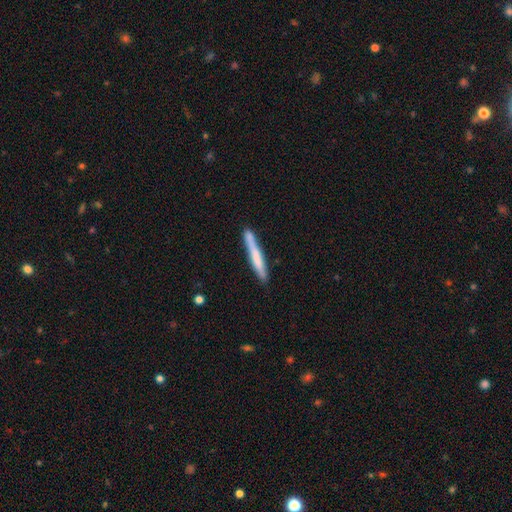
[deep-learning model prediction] Smooth or featured? smooth (62%)
How rounded? cigar-shaped (96%)
Merging? none (78%)